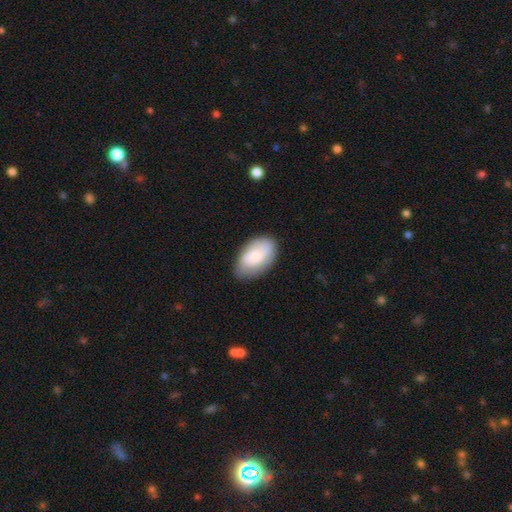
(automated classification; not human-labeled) Smooth or featured? Predicted: smooth (p=0.64). How rounded? Predicted: in between (p=0.93). Merging? Predicted: none (p=0.75).